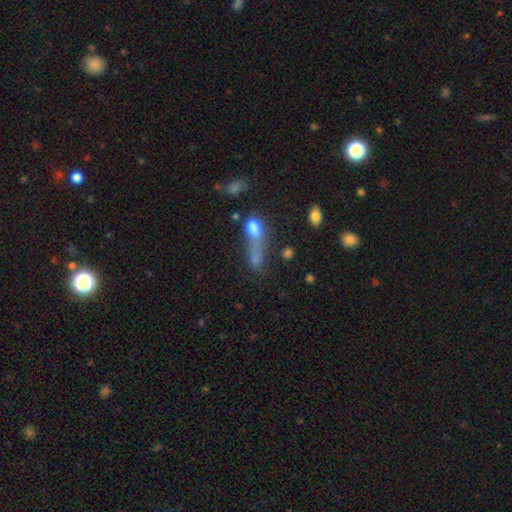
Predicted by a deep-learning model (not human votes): This appears to be a smooth galaxy with no disk features (64%) that is in between round and cigar-shaped (48%). Merging: merger (33%).